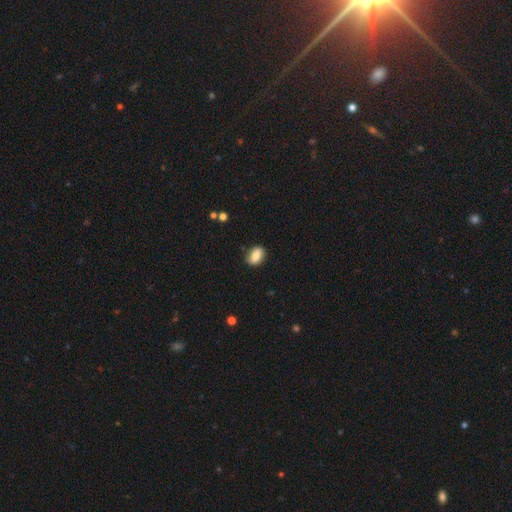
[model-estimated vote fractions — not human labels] Overall: smooth (81%). How rounded: in between (79%). Merging: none (82%).